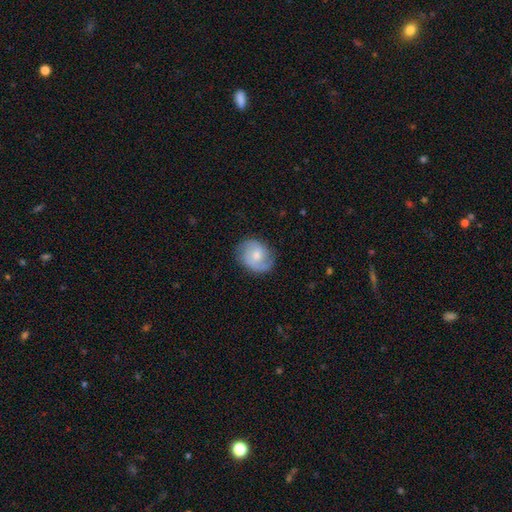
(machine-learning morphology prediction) Smooth or featured: featured or disk — 56% (smooth — 38%)
Edge-on disk: no — 97% (yes — 3%)
Bar: no — 56% (weak — 38%)
Spiral arms: yes — 88% (no — 12%)
Bulge size: moderate — 56% (small — 35%)
Merging: none — 74% (minor disturbance — 18%)